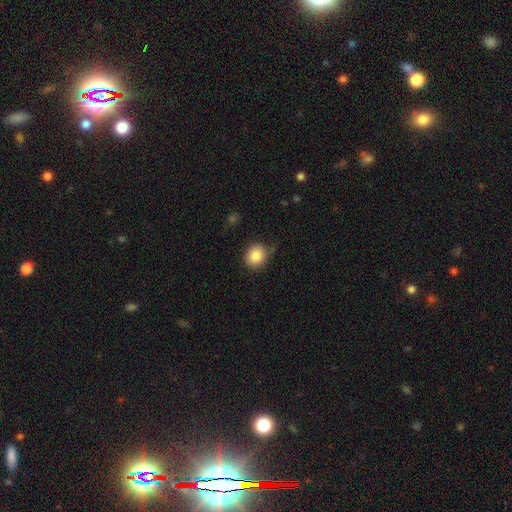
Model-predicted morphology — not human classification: A smooth galaxy with no disk features (84%) that is round (77%). Merging: none (74%).